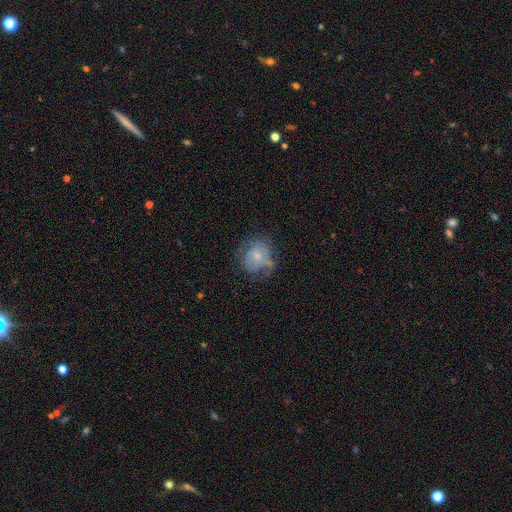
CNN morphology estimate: Smooth or featured?
  - smooth: 59% *
  - featured or disk: 32%
  - star or artifact: 9%
How rounded?
  - round: 71% *
  - in between: 28%
  - cigar-shaped: 1%
Merging?
  - none: 52% *
  - minor disturbance: 27%
  - major disturbance: 15%
  - merger: 5%